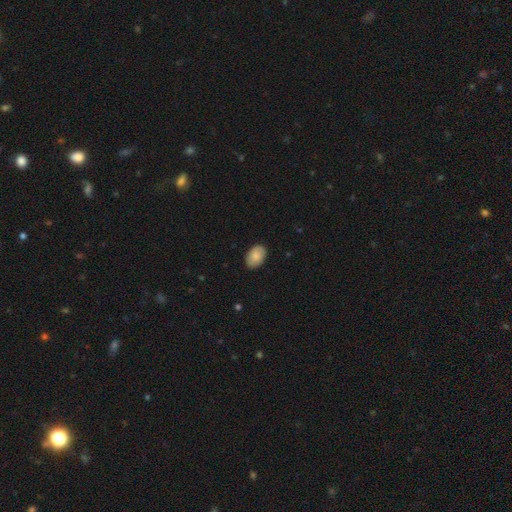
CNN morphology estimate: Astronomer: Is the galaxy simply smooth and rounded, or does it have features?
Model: smooth — 87%.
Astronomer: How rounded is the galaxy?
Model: in between — 86%.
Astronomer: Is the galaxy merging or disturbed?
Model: none — 89%.